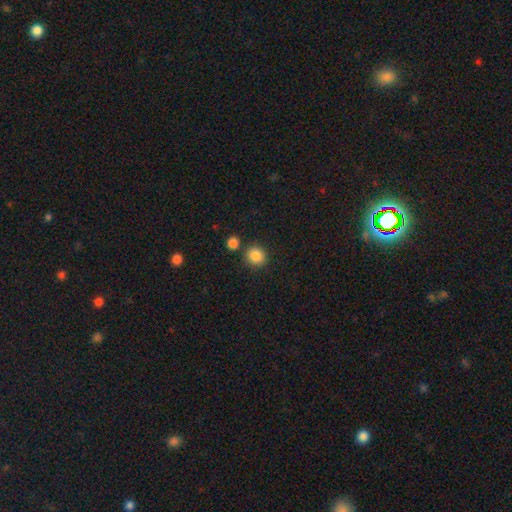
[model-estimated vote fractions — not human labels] This appears to be a smooth galaxy with no disk features (86%) that is round (88%). Merging: none (81%).